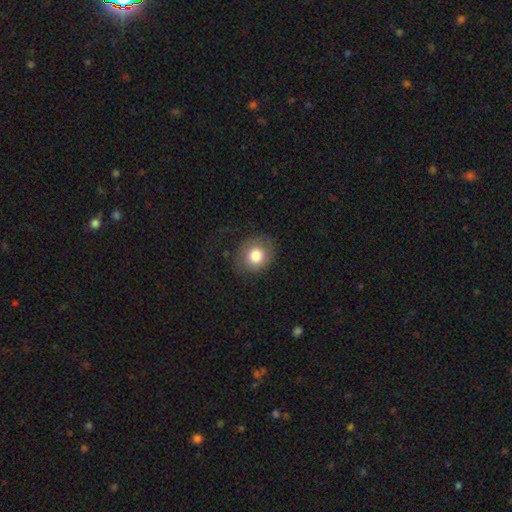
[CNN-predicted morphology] This is likely a smooth galaxy (77%). How rounded: likely round (76%). Merging: likely none (74%).